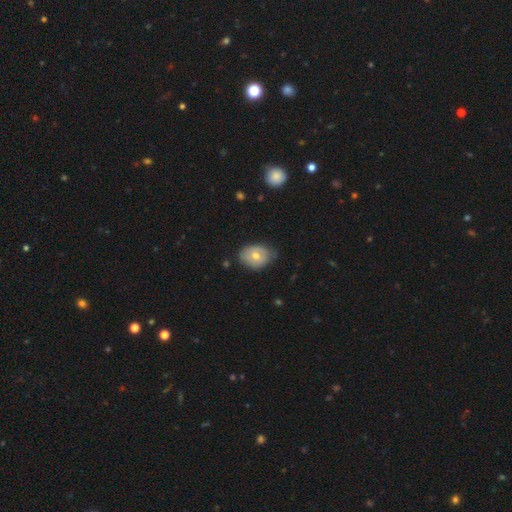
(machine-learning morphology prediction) Smooth or featured? smooth (62%)
How rounded? in between (70%)
Merging? none (65%)